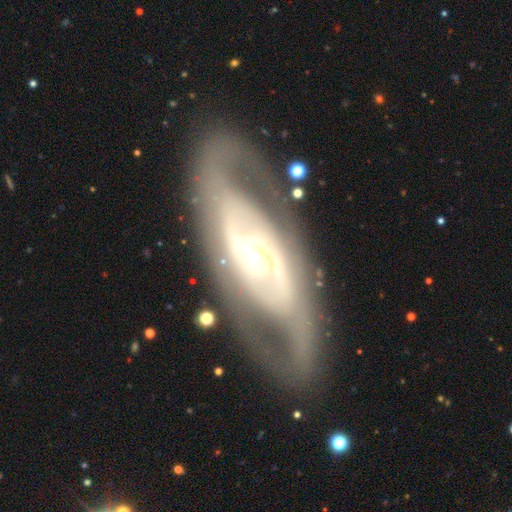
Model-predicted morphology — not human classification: This is clearly a featured or disk galaxy (84%). It is clearly not viewed edge-on (88%). Bar: possibly no (47%). Spiral arm pattern: likely yes (78%). Spiral arm count: likely 2 (73%). Spiral winding: marginally medium (42%). Central bulge: possibly small (51%). Merging: likely none (78%).